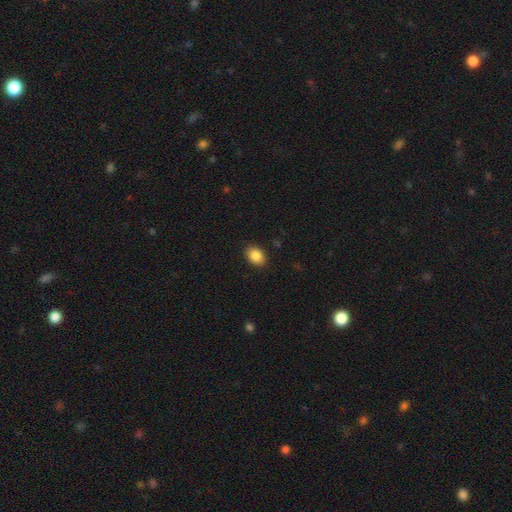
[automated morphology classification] The model was most divided on "how rounded": in between: 67%, round: 32%, cigar-shaped: 1%. More confident: merging — none (89%); smooth or featured — smooth (87%).